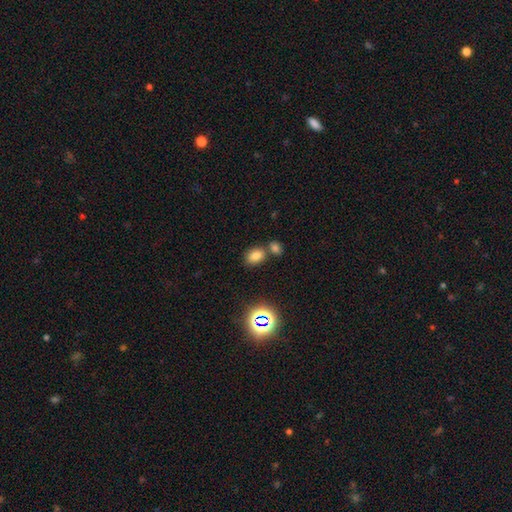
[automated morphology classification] Smooth or featured: smooth — 76% (star or artifact — 17%)
How rounded: in between — 78% (round — 21%)
Merging: none — 59% (merger — 27%)